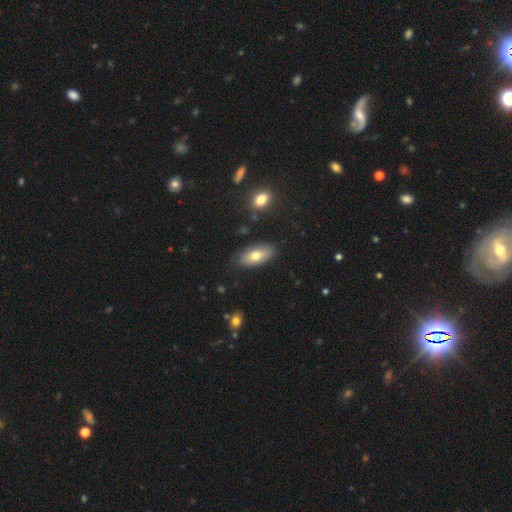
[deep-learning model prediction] smooth 71%, featured or disk 22%, star or artifact 7%. Down the decision tree: how rounded — in between (89%); merging — none (82%).